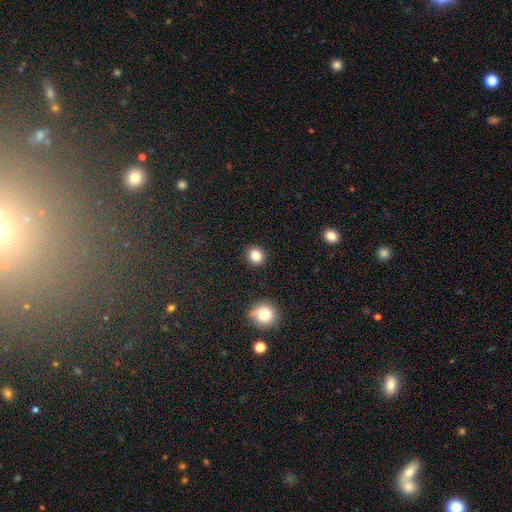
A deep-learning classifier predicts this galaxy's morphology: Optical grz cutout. It shows a smooth galaxy with no disk features (83%) that is round (80%). Merging: none (91%).